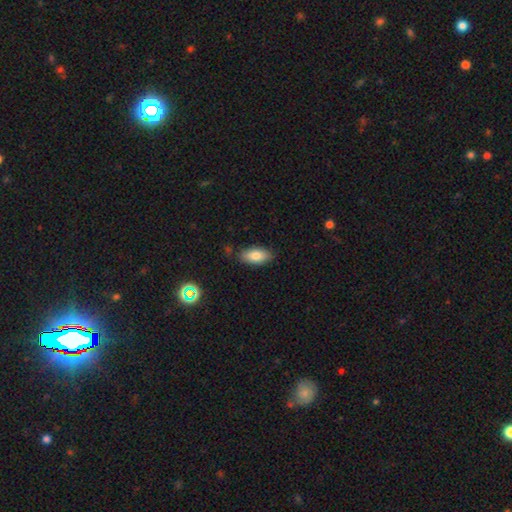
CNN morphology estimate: Q: Smooth or featured?
A: smooth (82%); runner-up: featured or disk (10%)
Q: How rounded?
A: in between (90%); runner-up: cigar-shaped (7%)
Q: Merging?
A: none (83%); runner-up: minor disturbance (13%)